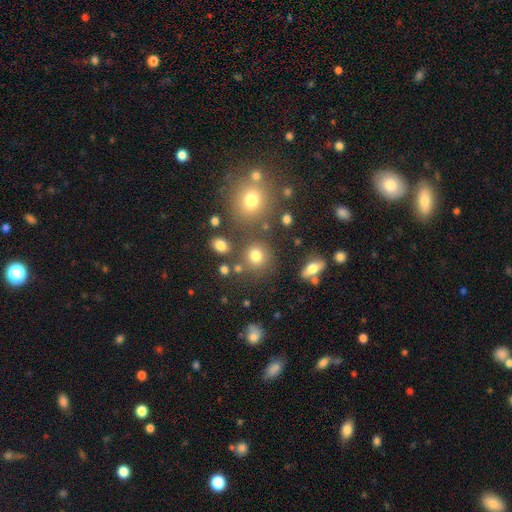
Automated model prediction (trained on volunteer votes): smooth_or_featured: smooth (p=0.75) [alt: star or artifact p=0.17]
how_rounded: round (p=0.83) [alt: in between p=0.16]
merging: none (p=0.74) [alt: merger p=0.11]